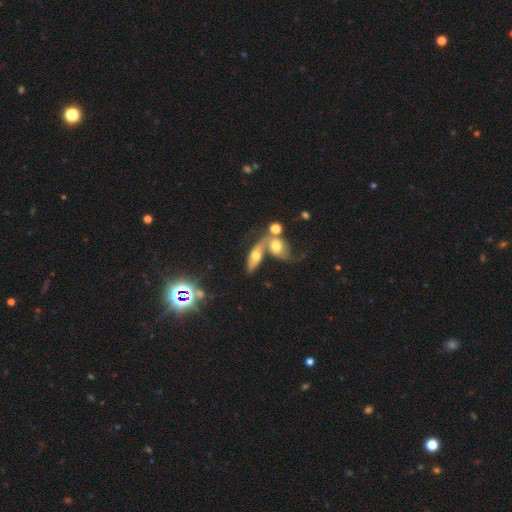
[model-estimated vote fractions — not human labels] Smooth or featured?
  - smooth: 46% *
  - featured or disk: 43%
  - star or artifact: 11%
Merging?
  - merger: 61% *
  - none: 21%
  - minor disturbance: 9%
  - major disturbance: 9%